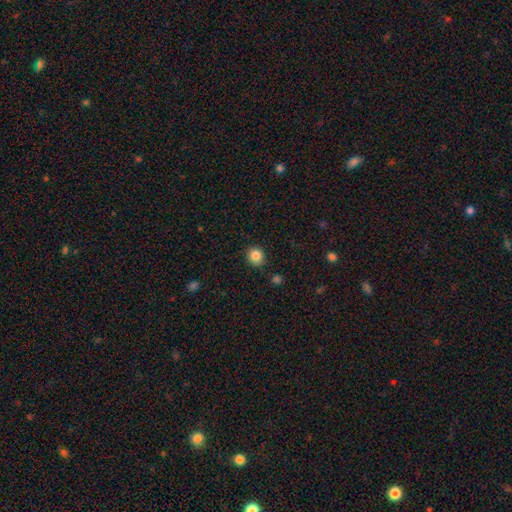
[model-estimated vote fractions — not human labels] Smooth or featured?
  - smooth: 85% *
  - star or artifact: 11%
  - featured or disk: 5%
How rounded?
  - round: 82% *
  - in between: 17%
  - cigar-shaped: 1%
Merging?
  - none: 88% *
  - minor disturbance: 8%
  - major disturbance: 2%
  - merger: 2%